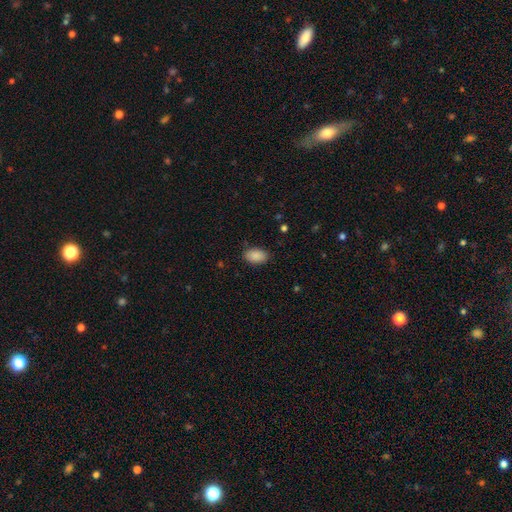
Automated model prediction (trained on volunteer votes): Smooth or featured? smooth (89%)
How rounded? in between (91%)
Merging? none (85%)